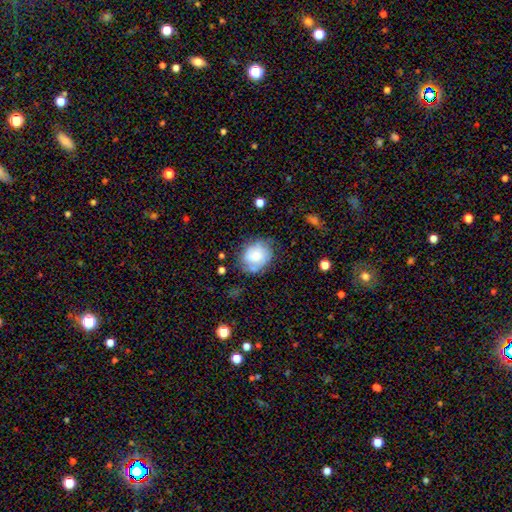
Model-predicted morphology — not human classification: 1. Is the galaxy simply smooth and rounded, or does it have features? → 58% smooth, 33% featured or disk, 8% star or artifact.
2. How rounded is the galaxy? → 61% round, 38% in between, 1% cigar-shaped.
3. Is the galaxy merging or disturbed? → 62% none, 25% minor disturbance, 9% major disturbance, 4% merger.